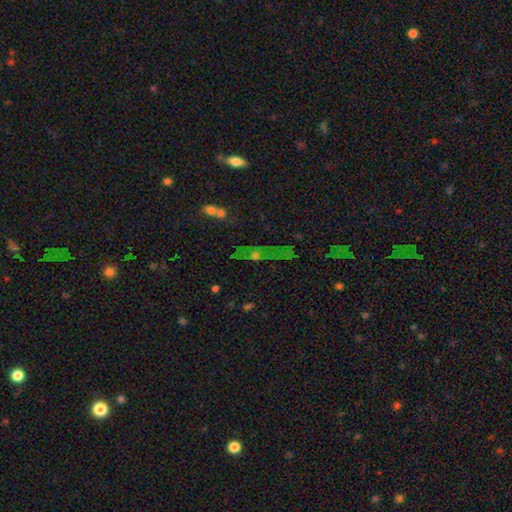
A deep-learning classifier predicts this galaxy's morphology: Smooth or featured? star or artifact (39%)